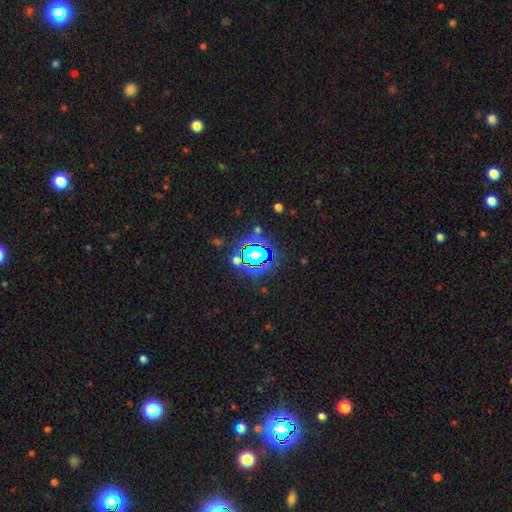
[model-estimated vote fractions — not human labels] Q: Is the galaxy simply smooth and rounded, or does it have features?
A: star or artifact — 64%.